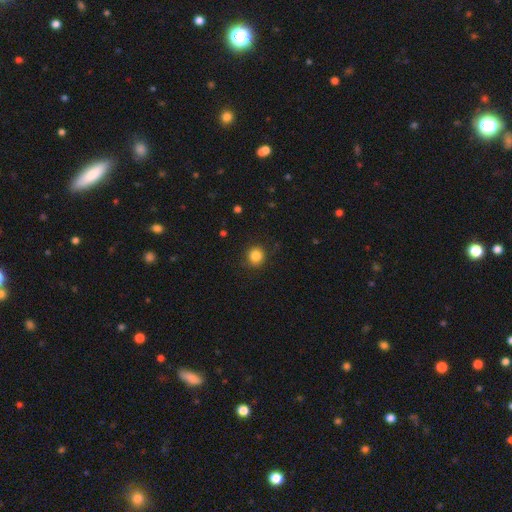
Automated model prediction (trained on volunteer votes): This is clearly a smooth galaxy (84%). How rounded: clearly round (91%). Merging: clearly none (88%).